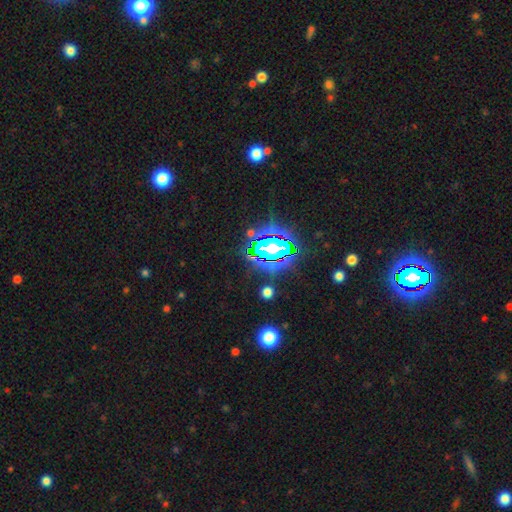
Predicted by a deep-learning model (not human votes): Overall: star or artifact (72%).